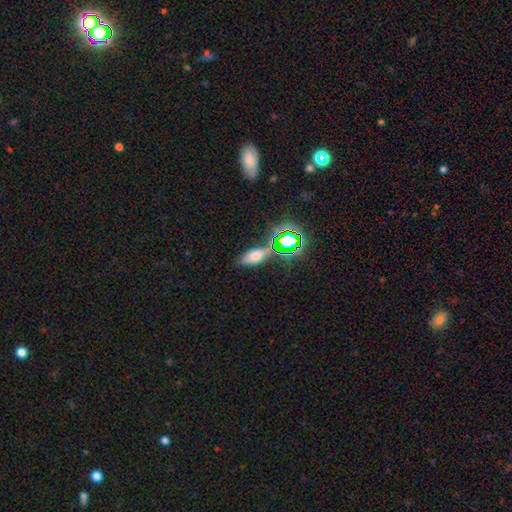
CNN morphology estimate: The model was most divided on "smooth or featured": smooth: 60%, star or artifact: 26%, featured or disk: 14%. More confident: how rounded — in between (72%); merging — none (71%).